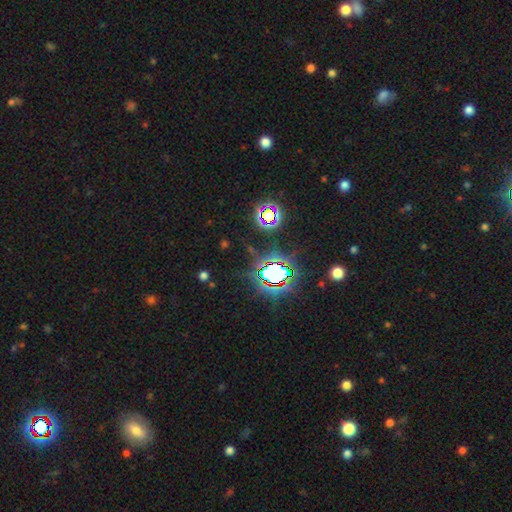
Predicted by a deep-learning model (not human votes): Morphology: type=star or artifact (81%).